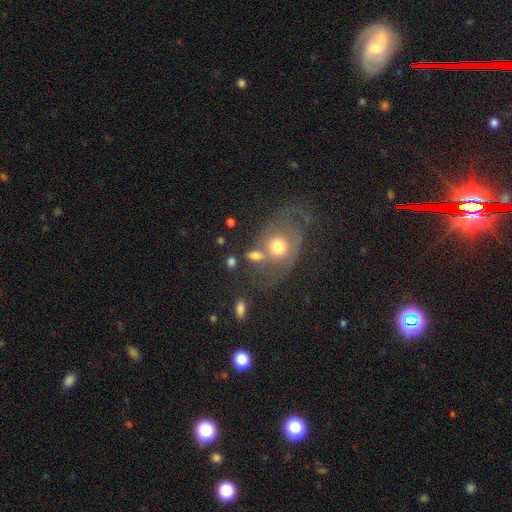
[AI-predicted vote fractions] The model was most divided on "merging": none: 40%, merger: 31%, minor disturbance: 15%, major disturbance: 14%. More confident: smooth or featured — smooth (62%); how rounded — in between (59%).